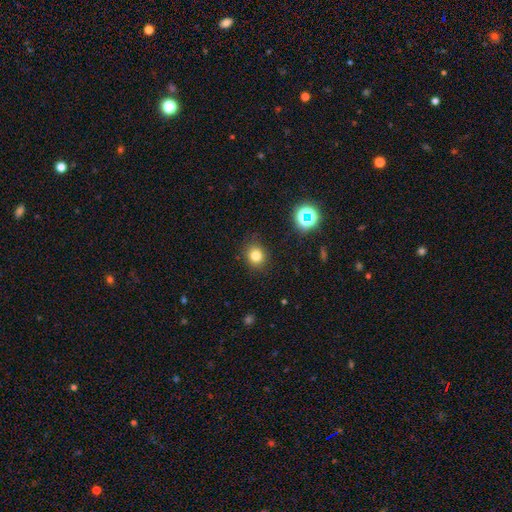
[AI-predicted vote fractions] smooth-or-featured: smooth: 78% | star or artifact: 15% | featured or disk: 7%
  how-rounded: round: 76% | in between: 23% | cigar-shaped: 1%
  merging: none: 86% | minor disturbance: 10% | major disturbance: 3% | merger: 1%